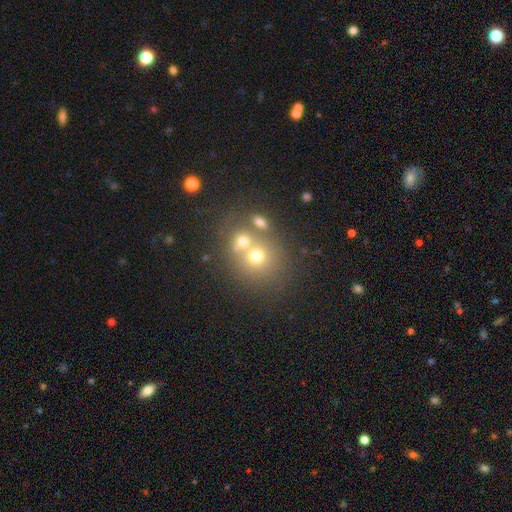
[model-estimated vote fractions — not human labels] A smooth galaxy with no disk features (63%) that is round (79%).

Vote fractions:
- Smooth or featured? smooth: 63% / featured or disk: 20% / star or artifact: 17%
- How rounded? round: 79% / in between: 20% / cigar-shaped: 1%
- Merging? merger: 48% / none: 41% / minor disturbance: 8% / major disturbance: 4%